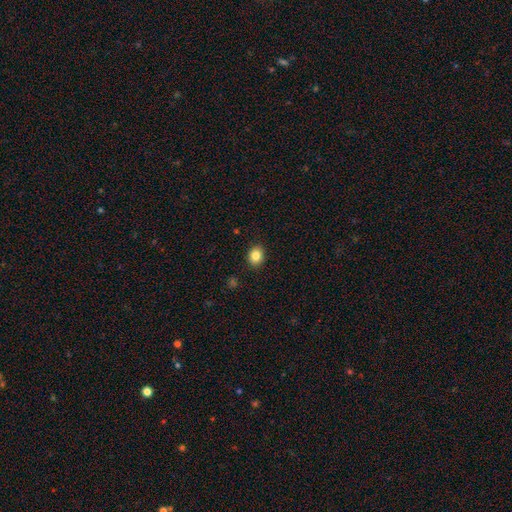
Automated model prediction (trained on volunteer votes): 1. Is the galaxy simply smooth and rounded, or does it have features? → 85% smooth, 10% star or artifact, 6% featured or disk.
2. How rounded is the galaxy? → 51% round, 49% in between, 1% cigar-shaped.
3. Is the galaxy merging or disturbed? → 90% none, 7% minor disturbance, 2% major disturbance, 1% merger.